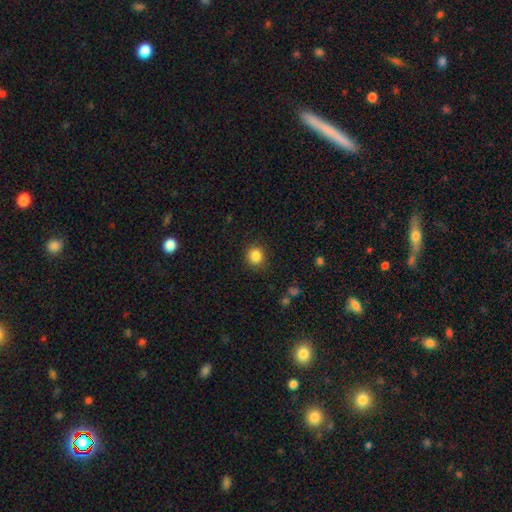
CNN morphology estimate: Smooth or featured? Predicted: smooth (p=0.86). How rounded? Predicted: round (p=0.87). Merging? Predicted: none (p=0.87).